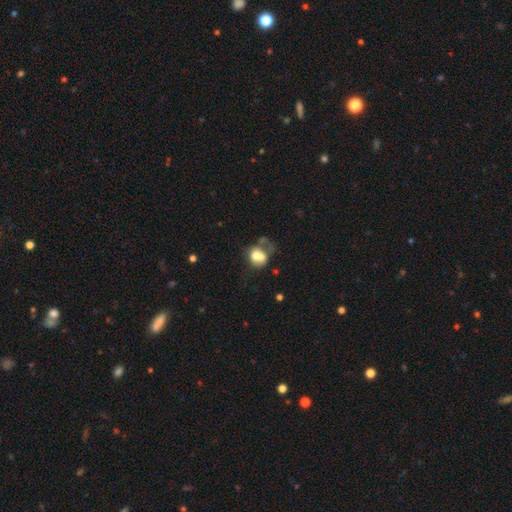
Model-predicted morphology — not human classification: Smooth or featured: smooth — 64% (featured or disk — 26%)
How rounded: round — 53% (in between — 46%)
Merging: merger — 46% (none — 23%)